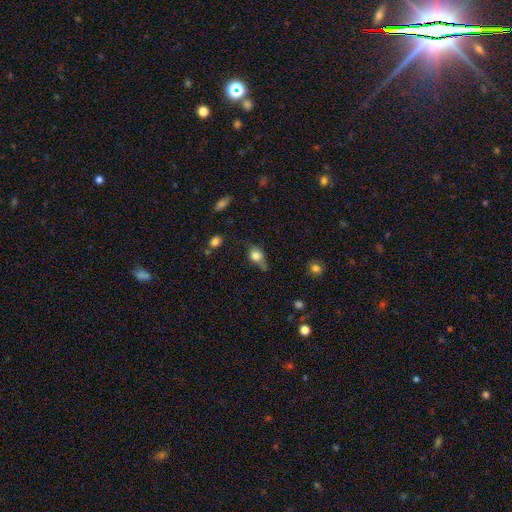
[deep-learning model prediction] Morphology: type=smooth (78%); roundness=in between (54%); merging=none (44%).